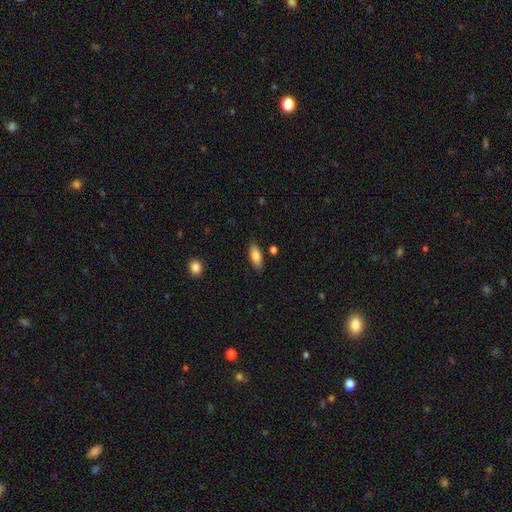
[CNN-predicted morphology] Smooth or featured? smooth (82%)
How rounded? in between (80%)
Merging? none (85%)